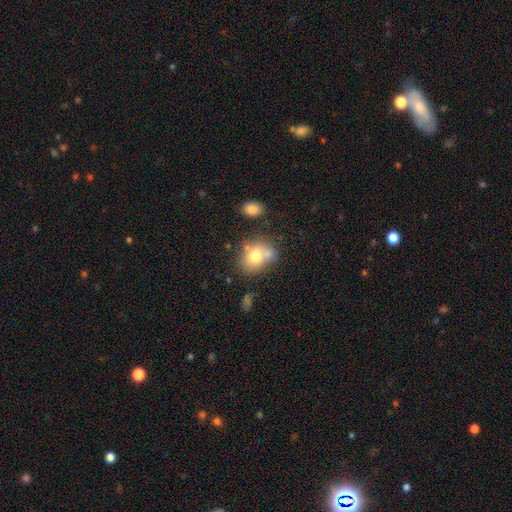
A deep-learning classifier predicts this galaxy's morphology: Smooth or featured? Predicted: smooth (p=0.72). How rounded? Predicted: in between (p=0.52). Merging? Predicted: none (p=0.48).